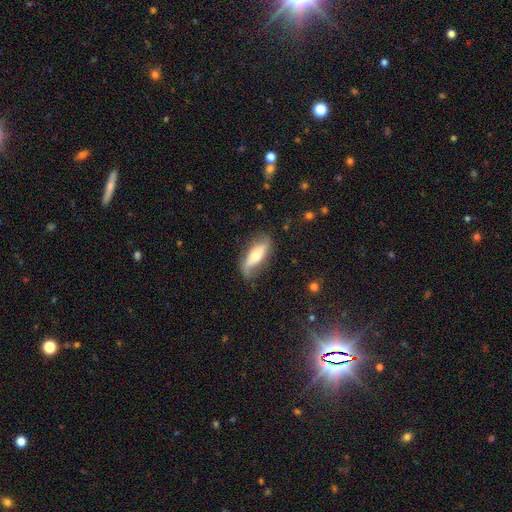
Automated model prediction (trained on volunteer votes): Q: Smooth or featured?
A: smooth (48%); runner-up: featured or disk (46%)
Q: Merging?
A: none (67%); runner-up: minor disturbance (23%)